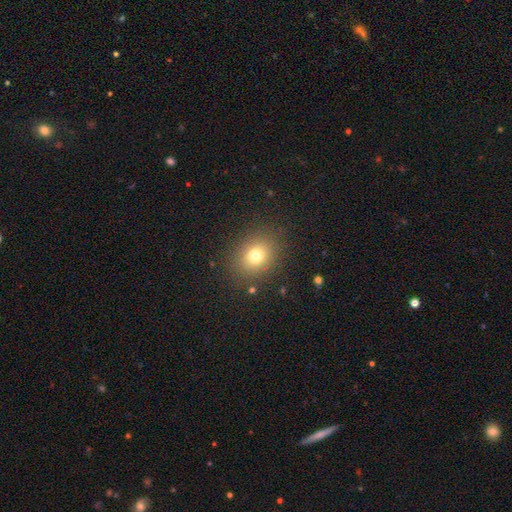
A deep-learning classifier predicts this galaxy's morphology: A smooth galaxy with no disk features (76%) that is round (60%). Merging: none (86%).